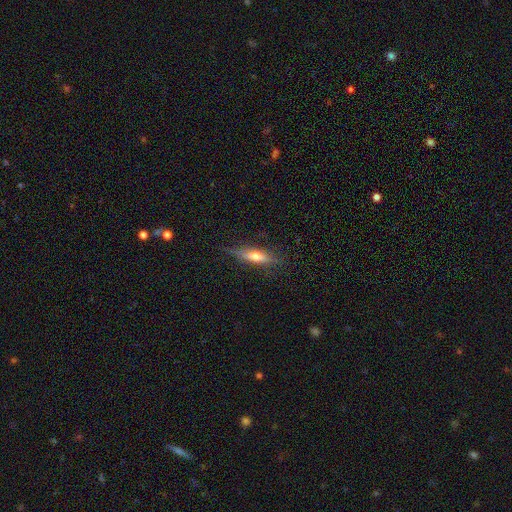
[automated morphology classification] Smooth or featured? smooth (49%)
Merging? none (78%)